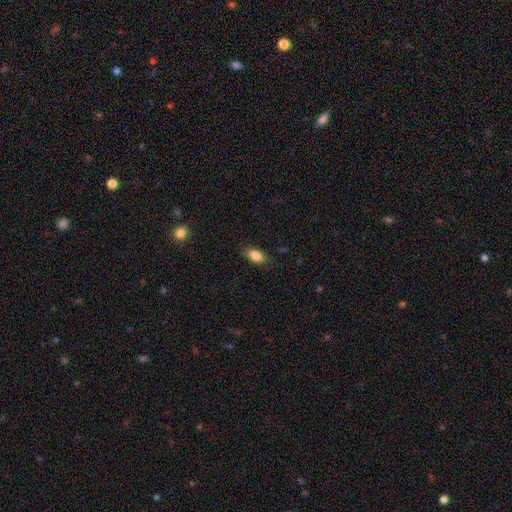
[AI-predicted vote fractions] Morphology: type=smooth (86%); roundness=in between (90%); merging=none (82%).